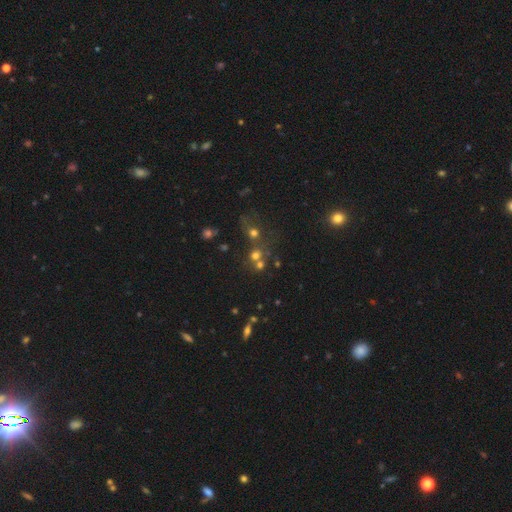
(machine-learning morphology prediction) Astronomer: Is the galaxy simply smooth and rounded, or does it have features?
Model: smooth — 59%.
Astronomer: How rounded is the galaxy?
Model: round — 84%.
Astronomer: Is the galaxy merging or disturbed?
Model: none — 50% (runner-up: merger, 38%).